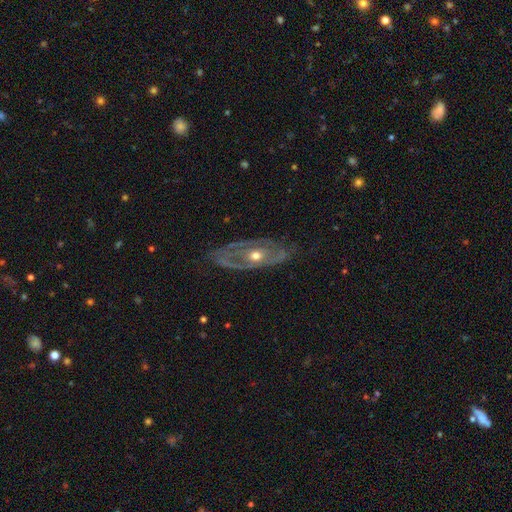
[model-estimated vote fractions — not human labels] Smooth or featured? Predicted: featured or disk (p=0.83). Edge-on disk? Predicted: no (p=0.88). Bar? Predicted: no (p=0.81). Spiral arms? Predicted: yes (p=0.75). Spiral winding? Predicted: tight (p=0.60). Spiral arm count? Predicted: 2 (p=0.39). Bulge size? Predicted: moderate (p=0.74). Merging? Predicted: none (p=0.68).